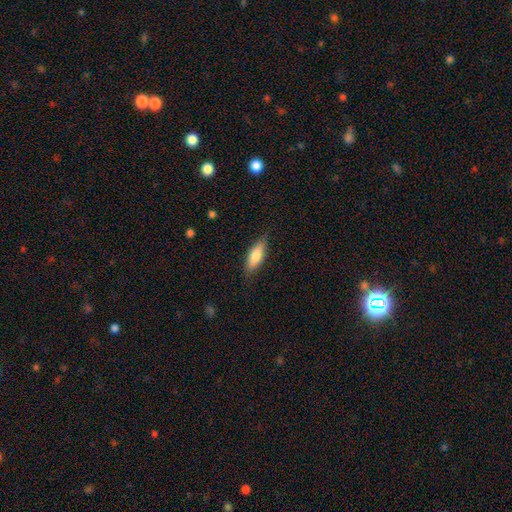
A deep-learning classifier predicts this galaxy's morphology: type=smooth (77%); roundness=in between (61%); merging=none (82%).